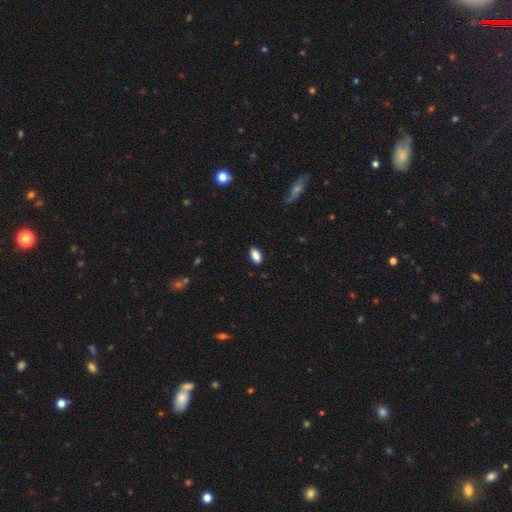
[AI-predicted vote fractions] The model was most divided on "merging": none: 87%, minor disturbance: 10%, major disturbance: 2%, merger: 1%. More confident: how rounded — in between (92%); smooth or featured — smooth (88%).